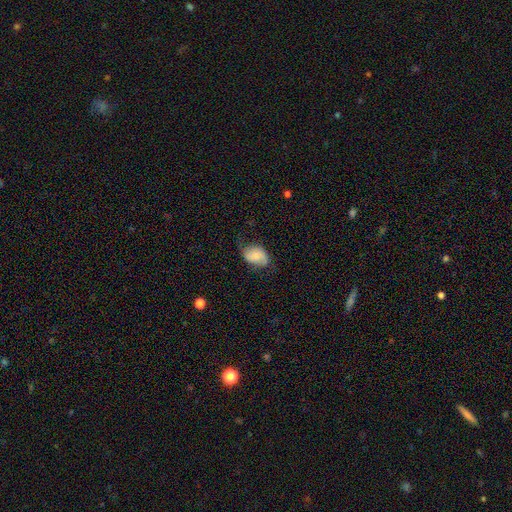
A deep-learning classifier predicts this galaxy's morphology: smooth 63%, featured or disk 30%, star or artifact 8%. Down the decision tree: how rounded — in between (83%); merging — none (53%).